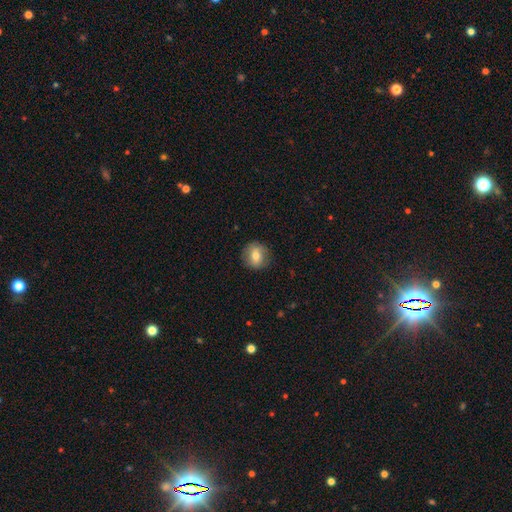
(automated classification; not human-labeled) A smooth galaxy with no disk features (68%) that is round (86%). Merging: none (86%).